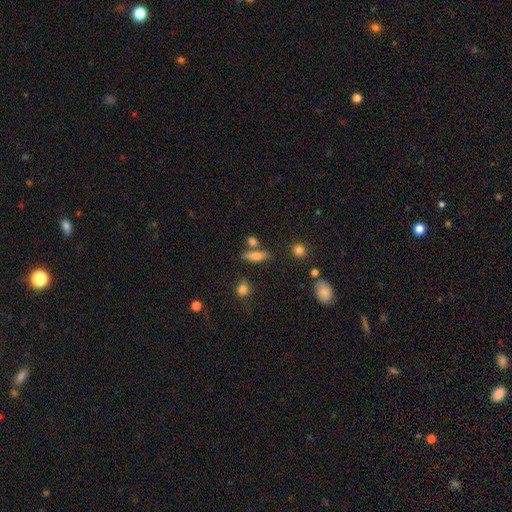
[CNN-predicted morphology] Smooth or featured? smooth (76%)
How rounded? in between (48%)
Merging? none (66%)